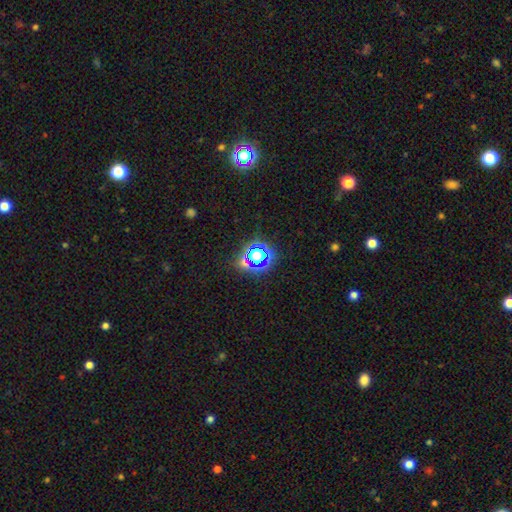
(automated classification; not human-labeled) A star or artifact, not a galaxy (61%).